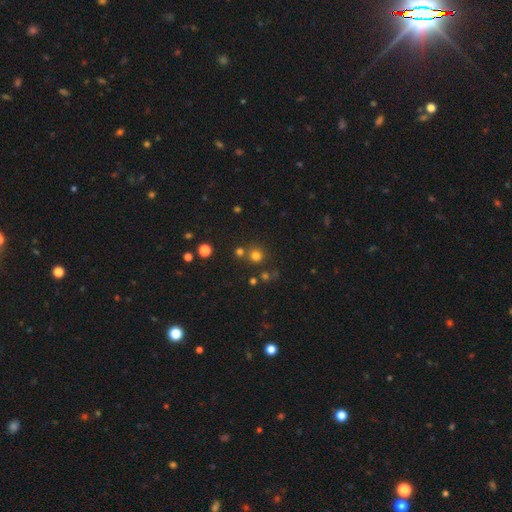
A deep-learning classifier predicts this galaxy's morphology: This is likely a smooth galaxy (73%). How rounded: clearly round (92%). Merging: likely none (74%).